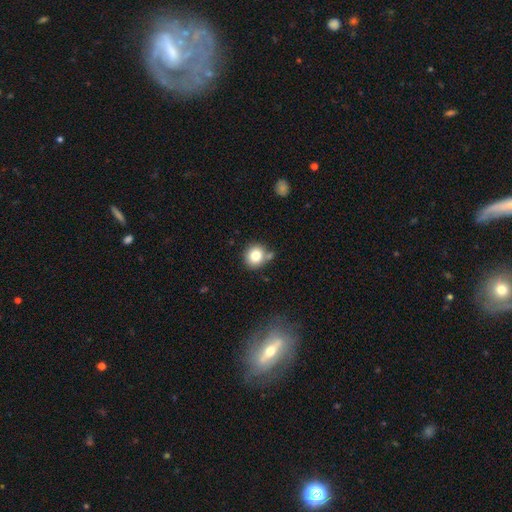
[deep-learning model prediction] Smooth or featured? Predicted: smooth (p=0.80). How rounded? Predicted: round (p=0.84). Merging? Predicted: none (p=0.70).